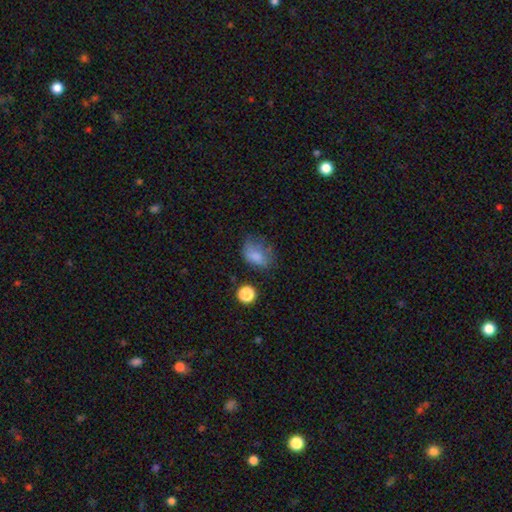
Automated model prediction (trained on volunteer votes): The model was most divided on "merging": none: 43%, minor disturbance: 31%, major disturbance: 21%, merger: 4%. More confident: how rounded — in between (74%); smooth or featured — smooth (73%).